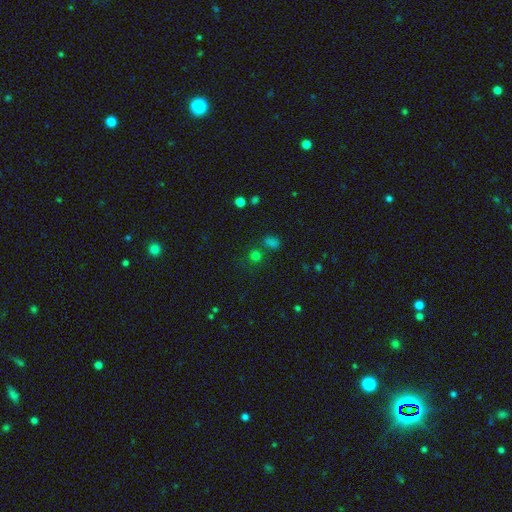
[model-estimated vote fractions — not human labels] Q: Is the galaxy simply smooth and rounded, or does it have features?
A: smooth — 66%.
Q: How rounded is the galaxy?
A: round — 81%.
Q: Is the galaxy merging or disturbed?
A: none — 69%.